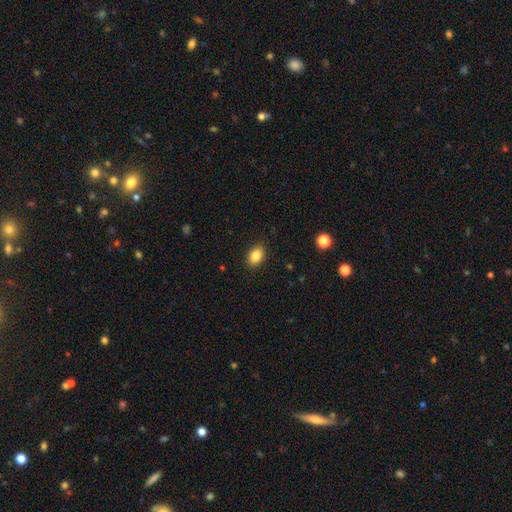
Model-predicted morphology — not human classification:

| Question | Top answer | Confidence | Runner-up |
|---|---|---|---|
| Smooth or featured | smooth | 86% | star or artifact (9%) |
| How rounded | in between | 82% | round (17%) |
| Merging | none | 89% | minor disturbance (8%) |